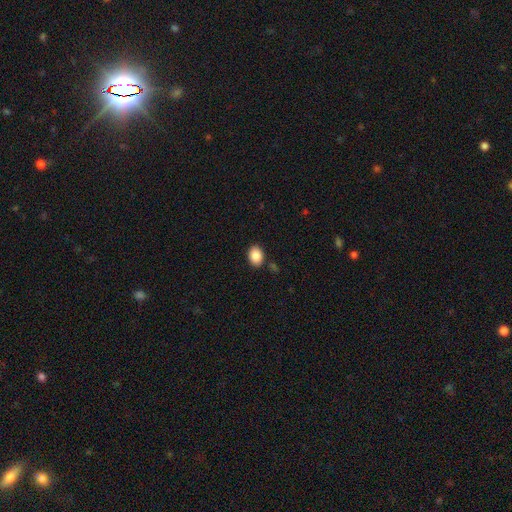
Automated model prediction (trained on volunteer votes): Smooth or featured?
  - smooth: 87% *
  - star or artifact: 8%
  - featured or disk: 5%
How rounded?
  - in between: 72% *
  - round: 27%
  - cigar-shaped: 1%
Merging?
  - none: 86% *
  - minor disturbance: 9%
  - merger: 3%
  - major disturbance: 2%